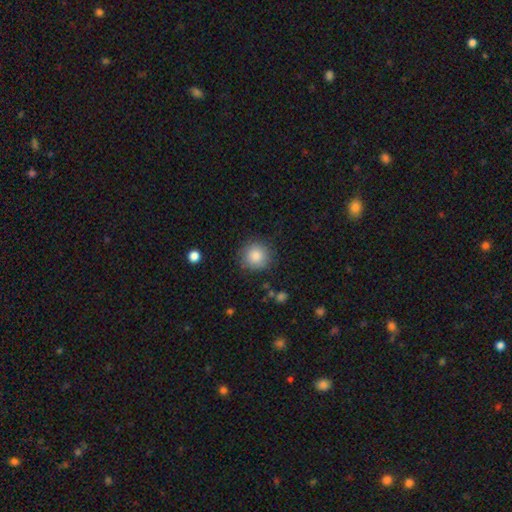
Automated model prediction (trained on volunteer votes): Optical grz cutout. It shows a smooth galaxy with no disk features (85%) that is round (93%). Merging: none (86%).